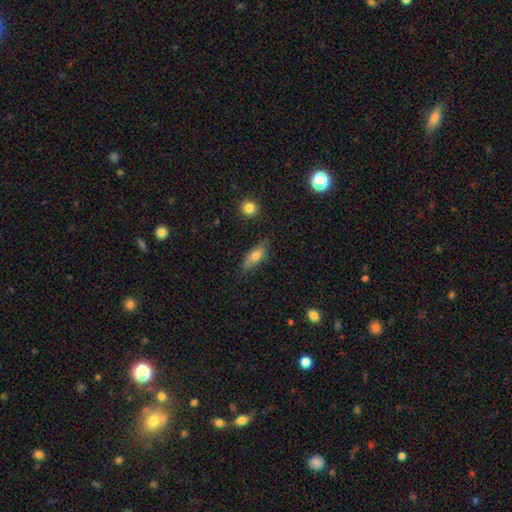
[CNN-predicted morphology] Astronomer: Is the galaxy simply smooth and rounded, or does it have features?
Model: smooth — 69%.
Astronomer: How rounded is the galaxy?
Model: in between — 73%.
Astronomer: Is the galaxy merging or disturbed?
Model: none — 70%.